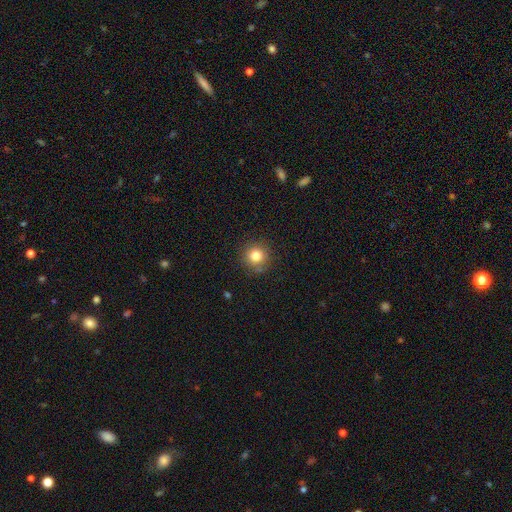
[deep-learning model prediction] Smooth or featured? Predicted: smooth (p=0.81). How rounded? Predicted: round (p=0.94). Merging? Predicted: none (p=0.86).